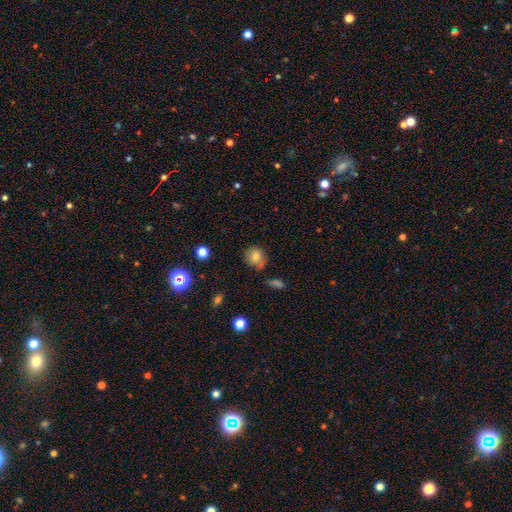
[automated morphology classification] Smooth or featured?
  - smooth: 78% *
  - featured or disk: 11%
  - star or artifact: 11%
How rounded?
  - round: 78% *
  - in between: 21%
  - cigar-shaped: 1%
Merging?
  - none: 66% *
  - minor disturbance: 22%
  - merger: 6%
  - major disturbance: 5%